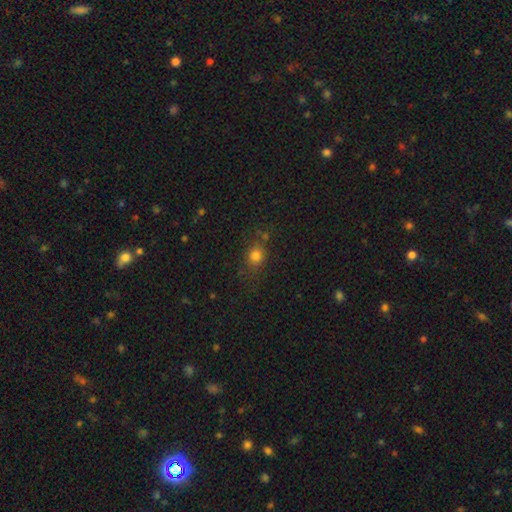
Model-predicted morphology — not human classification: Smooth or featured? Predicted: smooth (p=0.77). How rounded? Predicted: round (p=0.66). Merging? Predicted: none (p=0.72).